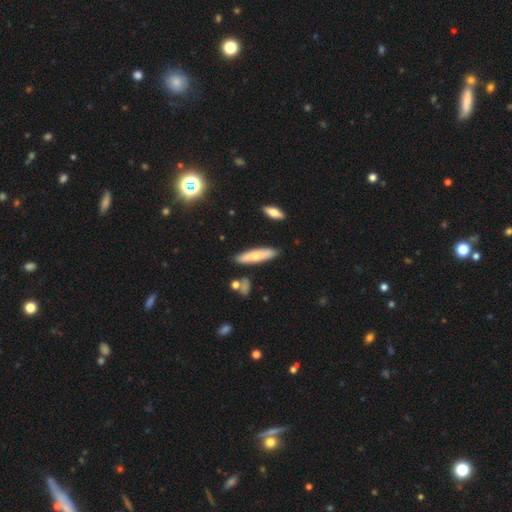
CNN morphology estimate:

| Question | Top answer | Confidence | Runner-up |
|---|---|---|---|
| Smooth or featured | smooth | 60% | featured or disk (34%) |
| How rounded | cigar-shaped | 71% | in between (27%) |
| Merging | none | 83% | minor disturbance (11%) |